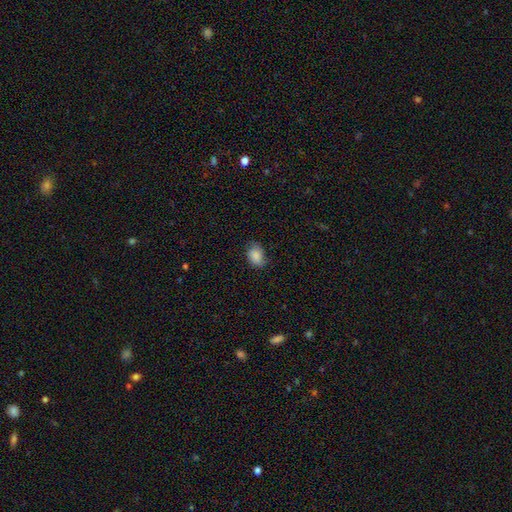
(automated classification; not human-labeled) A smooth galaxy with no disk features (85%) that is in between round and cigar-shaped (72%). Merging: none (72%).